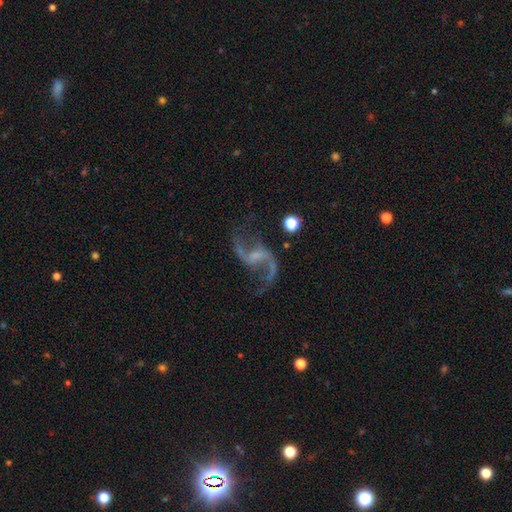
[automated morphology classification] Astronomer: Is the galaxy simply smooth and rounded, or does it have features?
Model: featured or disk — 90%.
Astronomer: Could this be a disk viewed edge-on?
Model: no — 97%.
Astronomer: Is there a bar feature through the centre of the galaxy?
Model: weak — 47% (runner-up: no, 32%).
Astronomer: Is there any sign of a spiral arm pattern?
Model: yes — 97%.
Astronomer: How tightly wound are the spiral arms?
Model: loose — 82%.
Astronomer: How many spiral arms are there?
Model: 2 — 93%.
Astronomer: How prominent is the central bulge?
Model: small — 55% (runner-up: none, 30%).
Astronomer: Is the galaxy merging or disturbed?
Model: none — 73%.